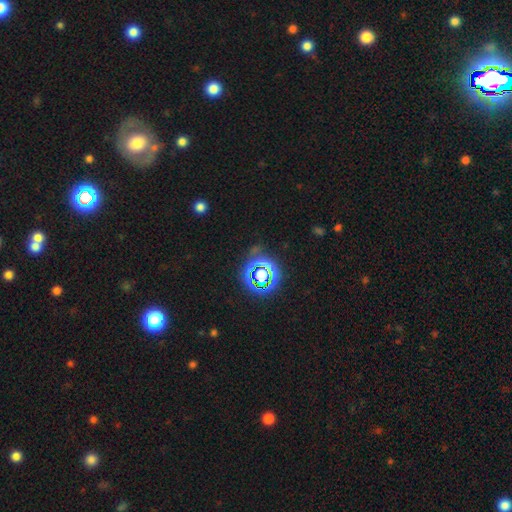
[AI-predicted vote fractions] Smooth or featured?
  - star or artifact: 72% *
  - smooth: 17%
  - featured or disk: 11%